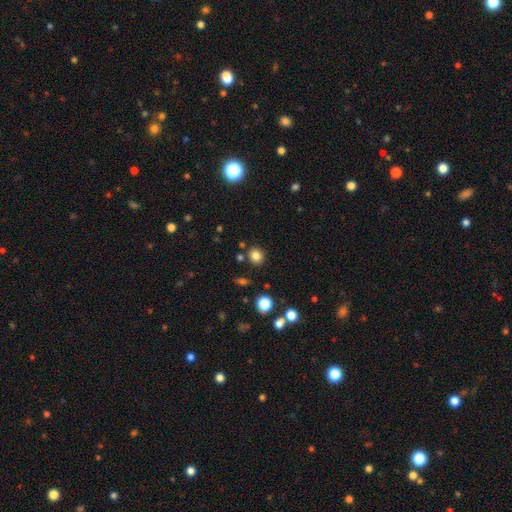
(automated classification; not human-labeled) This appears to be a smooth galaxy with no disk features (82%) that is round (83%). Merging: none (85%).